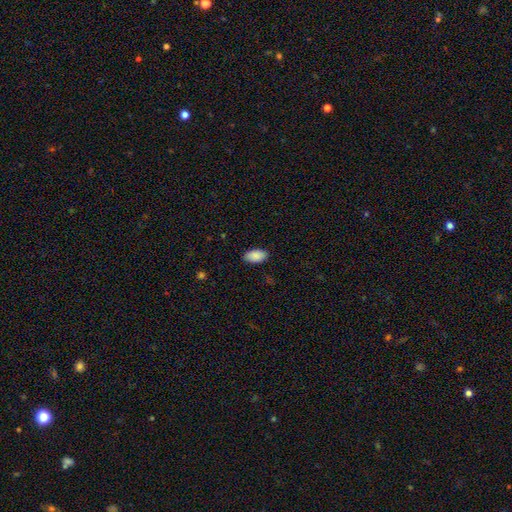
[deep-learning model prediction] Q: Smooth or featured?
A: smooth (89%); runner-up: star or artifact (7%)
Q: How rounded?
A: in between (95%); runner-up: round (3%)
Q: Merging?
A: none (87%); runner-up: minor disturbance (10%)